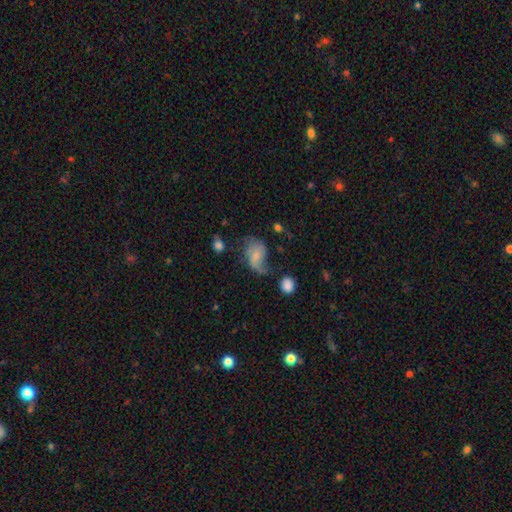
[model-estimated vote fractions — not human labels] Smooth or featured? Predicted: featured or disk (p=0.52). Edge-on disk? Predicted: no (p=0.97). Bar? Predicted: no (p=0.62). Spiral arms? Predicted: yes (p=0.77). Bulge size? Predicted: small (p=0.57). Merging? Predicted: major disturbance (p=0.36).